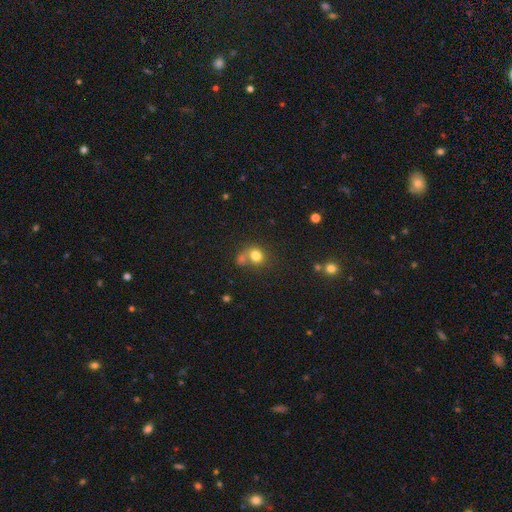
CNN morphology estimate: smooth-or-featured: smooth: 77% | star or artifact: 12% | featured or disk: 11%
  how-rounded: round: 67% | in between: 32% | cigar-shaped: 1%
  merging: none: 44% | merger: 37% | minor disturbance: 12% | major disturbance: 8%